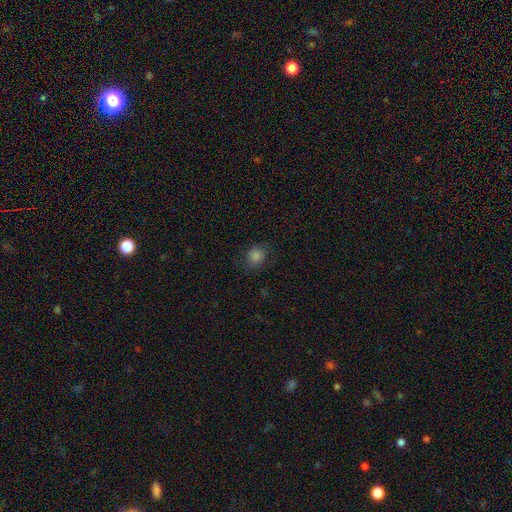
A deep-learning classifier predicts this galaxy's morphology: This appears to be a smooth galaxy with no disk features (72%) that is round (71%). Merging: none (77%).